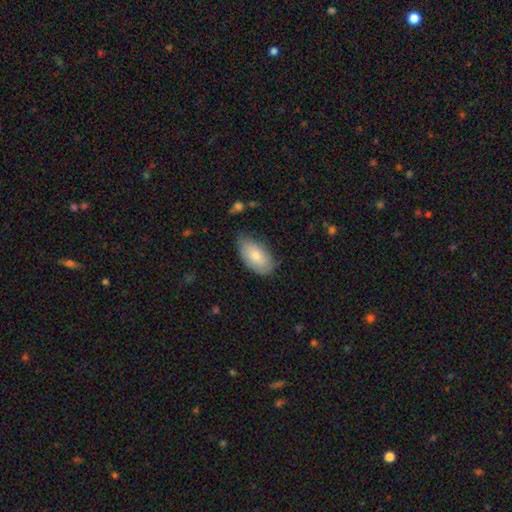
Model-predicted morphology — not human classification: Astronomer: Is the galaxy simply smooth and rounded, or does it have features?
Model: smooth — 78%.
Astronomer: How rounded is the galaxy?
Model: in between — 94%.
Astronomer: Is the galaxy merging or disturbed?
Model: none — 71%.